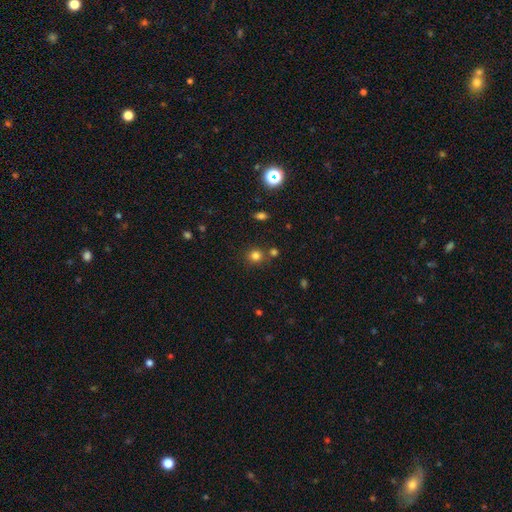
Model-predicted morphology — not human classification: smooth-or-featured: smooth: 78% | star or artifact: 16% | featured or disk: 6%
  how-rounded: round: 88% | in between: 11% | cigar-shaped: 1%
  merging: none: 76% | merger: 12% | minor disturbance: 9% | major disturbance: 3%